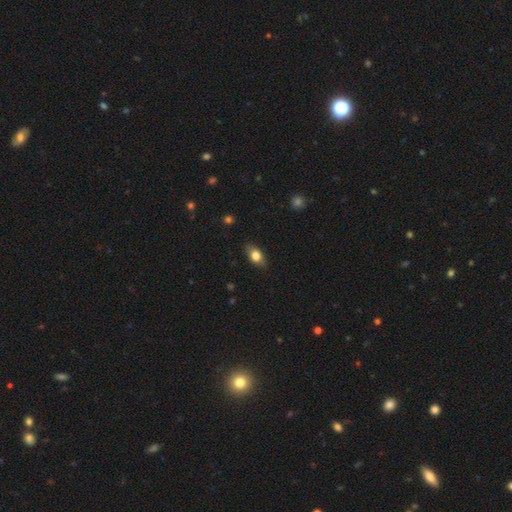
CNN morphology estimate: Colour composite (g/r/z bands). It shows a smooth galaxy with no disk features (77%) that is in between round and cigar-shaped (84%). Merging: none (84%).